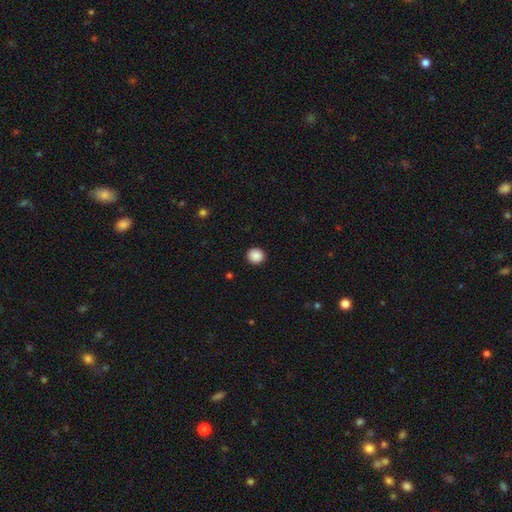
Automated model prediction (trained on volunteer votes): This appears to be a smooth galaxy with no disk features (89%) that is round (91%). Merging: none (93%).